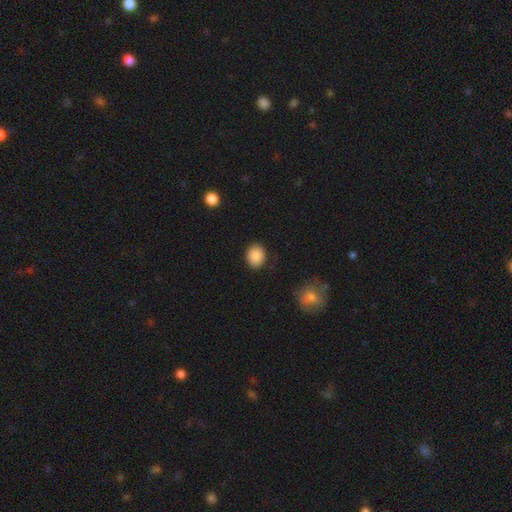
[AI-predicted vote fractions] The model was most divided on "how rounded": round: 64%, in between: 35%, cigar-shaped: 1%. More confident: smooth or featured — smooth (88%); merging — none (86%).